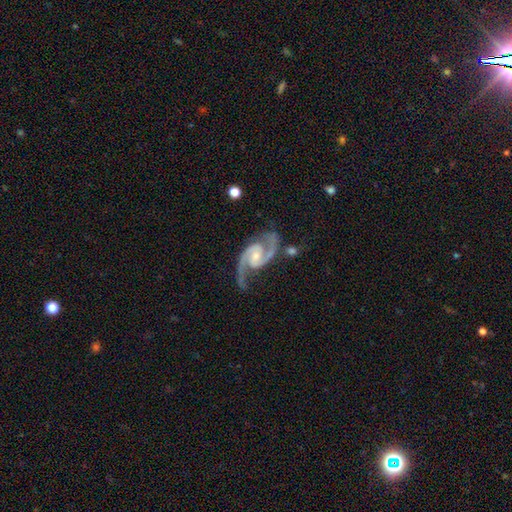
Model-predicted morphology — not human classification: Smooth or featured? featured or disk (94%)
Edge-on disk? no (98%)
Bar? weak (44%)
Spiral arms? yes (99%)
Spiral winding? medium (65%)
Spiral arm count? 2 (94%)
Bulge size? small (56%)
Merging? none (72%)